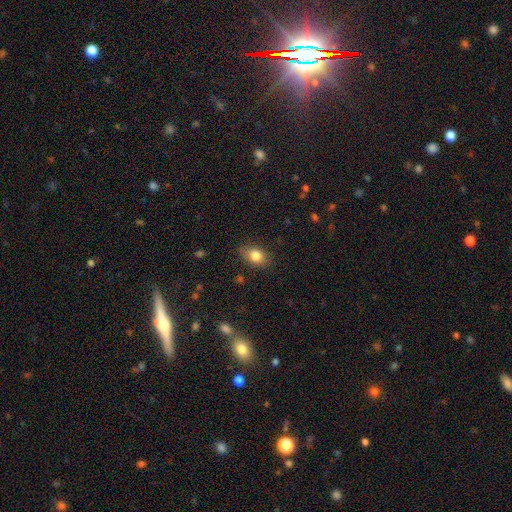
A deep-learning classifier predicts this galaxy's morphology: This appears to be a smooth galaxy with no disk features (82%) that is in between round and cigar-shaped (78%). Merging: none (82%).